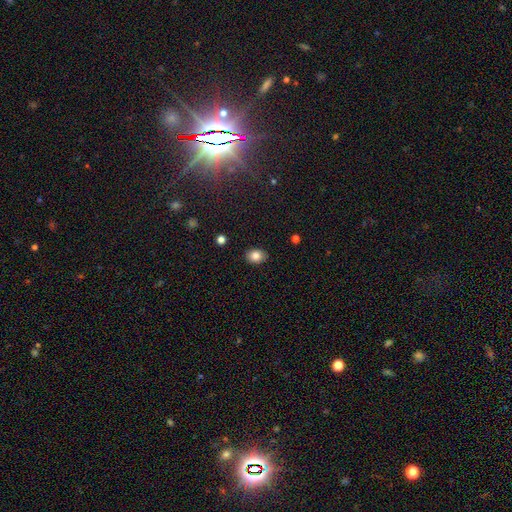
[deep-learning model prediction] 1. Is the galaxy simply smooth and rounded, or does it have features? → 84% smooth, 9% star or artifact, 7% featured or disk.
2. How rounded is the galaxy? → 63% in between, 36% round, 1% cigar-shaped.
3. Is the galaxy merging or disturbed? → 88% none, 9% minor disturbance, 2% major disturbance, 1% merger.